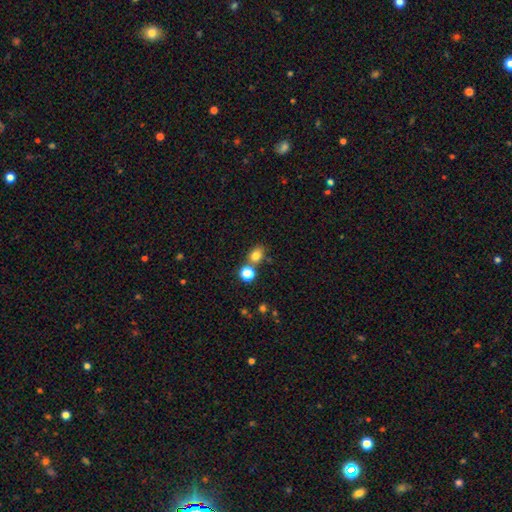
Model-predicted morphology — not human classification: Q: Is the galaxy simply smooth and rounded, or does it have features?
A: smooth — 79%.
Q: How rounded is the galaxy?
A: in between — 50%.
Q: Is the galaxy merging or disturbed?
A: none — 65%.